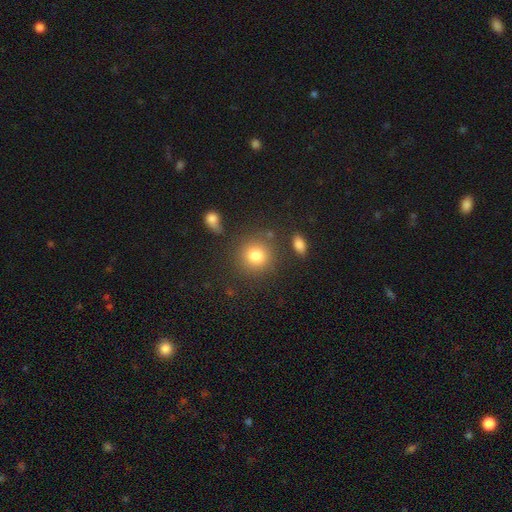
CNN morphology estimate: Smooth or featured? Predicted: smooth (p=0.81). How rounded? Predicted: round (p=0.88). Merging? Predicted: none (p=0.79).